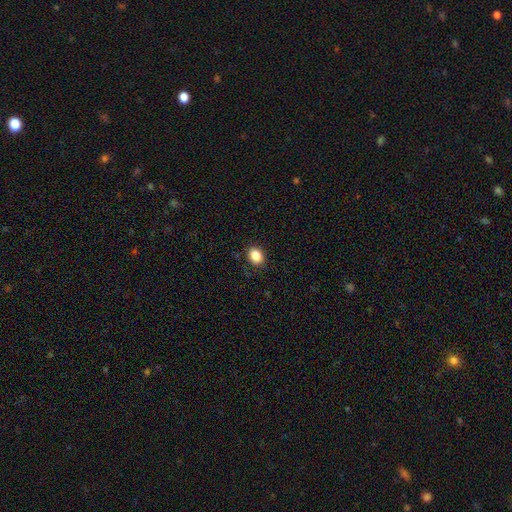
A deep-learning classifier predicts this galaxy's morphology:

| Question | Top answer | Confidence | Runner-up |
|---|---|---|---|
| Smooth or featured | smooth | 86% | star or artifact (10%) |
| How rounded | in between | 57% | round (43%) |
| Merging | none | 86% | minor disturbance (11%) |